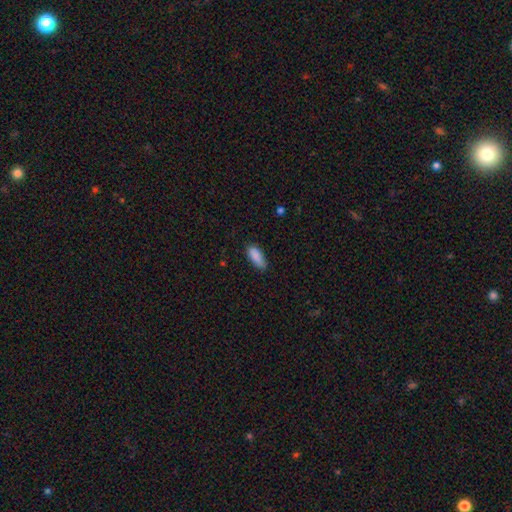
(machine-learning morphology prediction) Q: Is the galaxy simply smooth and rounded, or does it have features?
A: smooth — 88%.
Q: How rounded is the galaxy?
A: in between — 78%.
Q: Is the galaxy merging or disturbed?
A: none — 73%.